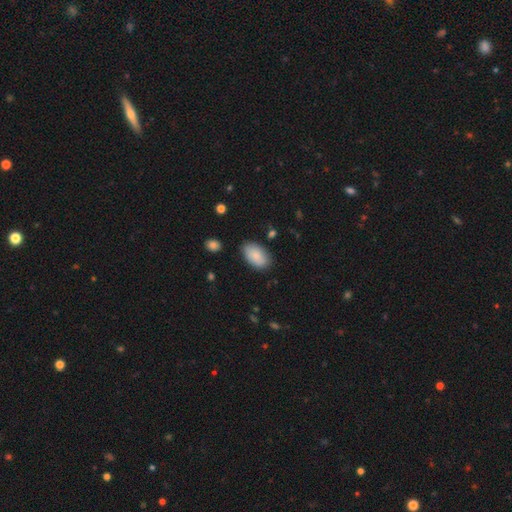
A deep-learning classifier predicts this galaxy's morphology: Q: Smooth or featured?
A: smooth (86%); runner-up: featured or disk (8%)
Q: How rounded?
A: in between (93%); runner-up: round (5%)
Q: Merging?
A: none (80%); runner-up: minor disturbance (15%)